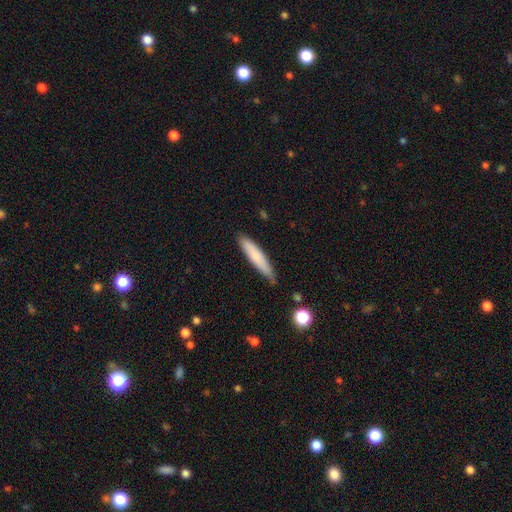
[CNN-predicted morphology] Q: Smooth or featured?
A: smooth (78%); runner-up: featured or disk (16%)
Q: How rounded?
A: cigar-shaped (88%); runner-up: in between (11%)
Q: Merging?
A: none (78%); runner-up: minor disturbance (18%)